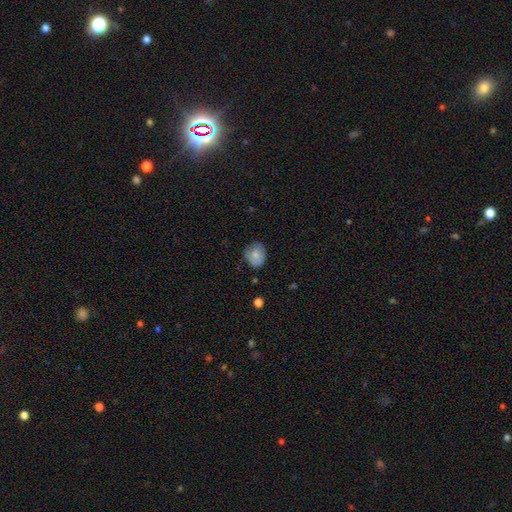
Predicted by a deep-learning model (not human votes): smooth 74%, featured or disk 18%, star or artifact 8%. Down the decision tree: how rounded — round (65%); merging — none (68%).